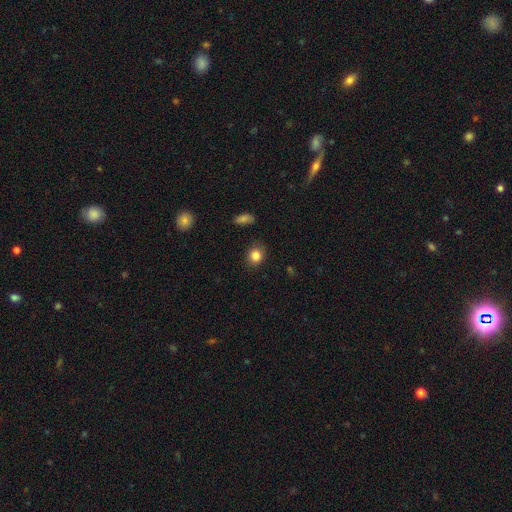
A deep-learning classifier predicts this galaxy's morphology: Overall: smooth (85%). How rounded: round (72%). Merging: none (85%).